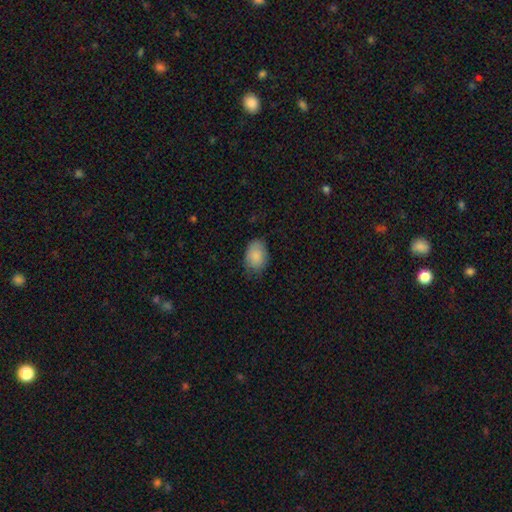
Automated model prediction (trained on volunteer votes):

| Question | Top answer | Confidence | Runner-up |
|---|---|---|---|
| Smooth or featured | smooth | 85% | featured or disk (8%) |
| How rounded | in between | 79% | round (20%) |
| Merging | none | 71% | minor disturbance (23%) |